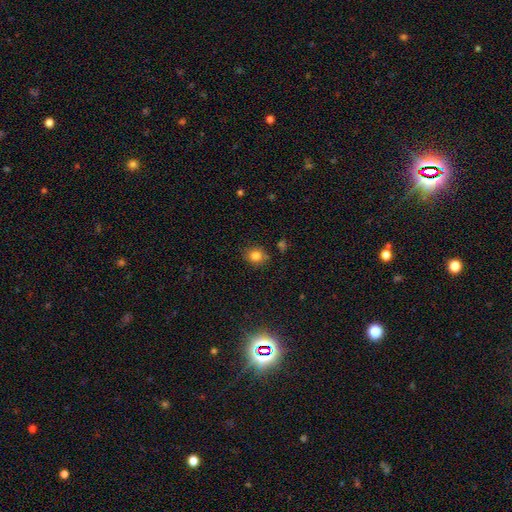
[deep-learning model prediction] Overall: smooth (81%). How rounded: round (66%; in between 33%). Merging: none (81%).